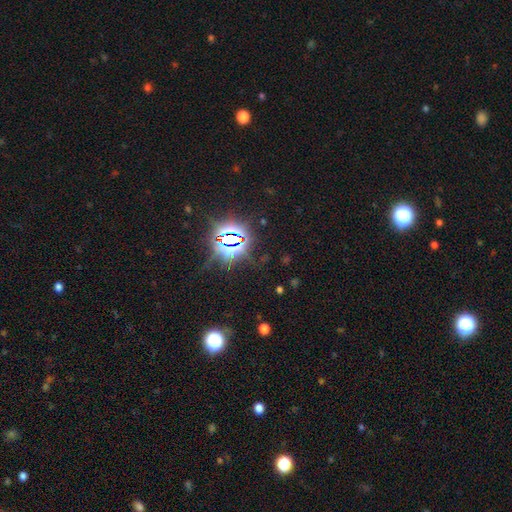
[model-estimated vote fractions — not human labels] Smooth or featured? Predicted: star or artifact (p=0.84).